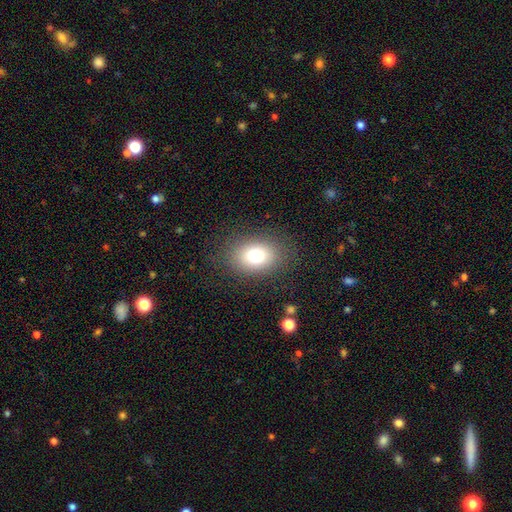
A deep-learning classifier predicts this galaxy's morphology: This appears to be a smooth galaxy with no disk features (79%) that is in between round and cigar-shaped (71%). Merging: none (84%).